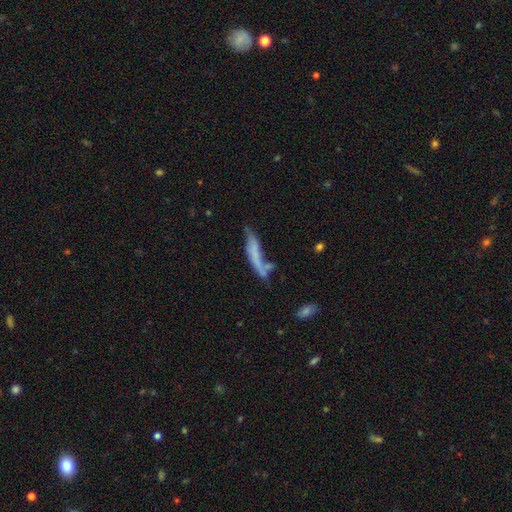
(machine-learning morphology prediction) Q: Smooth or featured?
A: smooth (50%); runner-up: featured or disk (39%)
Q: How rounded?
A: cigar-shaped (80%); runner-up: in between (18%)
Q: Merging?
A: none (34%); runner-up: major disturbance (23%)